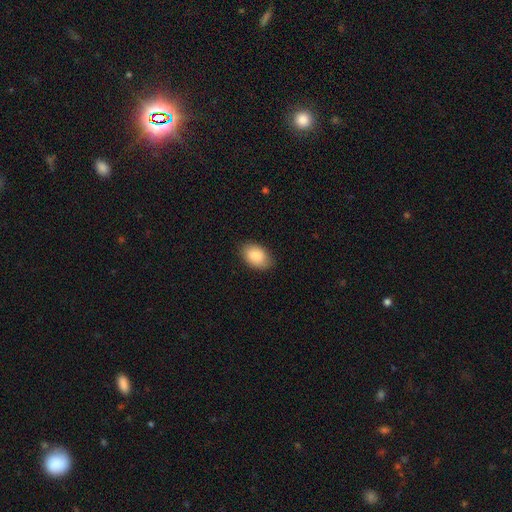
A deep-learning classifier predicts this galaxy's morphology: Overall: smooth (88%). How rounded: in between (87%). Merging: none (82%).